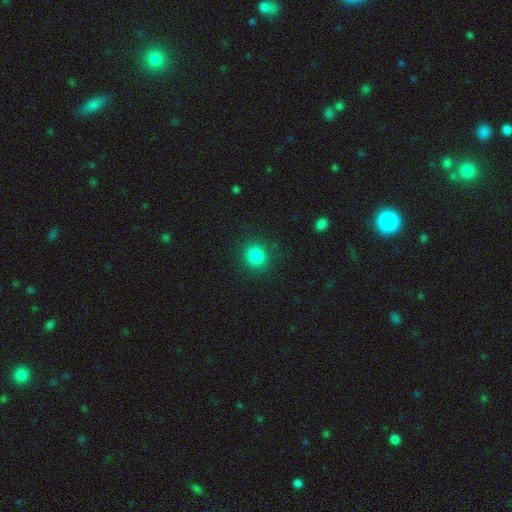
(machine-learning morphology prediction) A smooth galaxy with no disk features (85%) that is round (87%). Merging: none (88%).